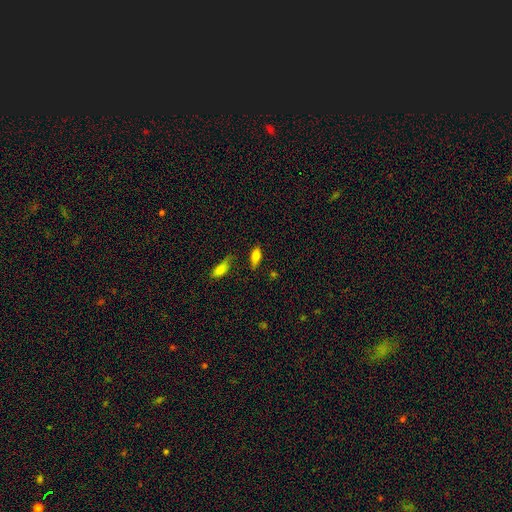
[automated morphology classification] Overall: smooth (75%). How rounded: in between (80%). Merging: none (71%).